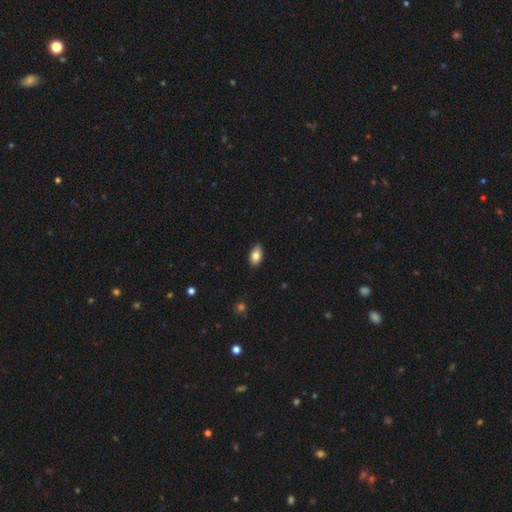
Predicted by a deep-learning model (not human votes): Smooth or featured? smooth (84%)
How rounded? in between (91%)
Merging? none (84%)